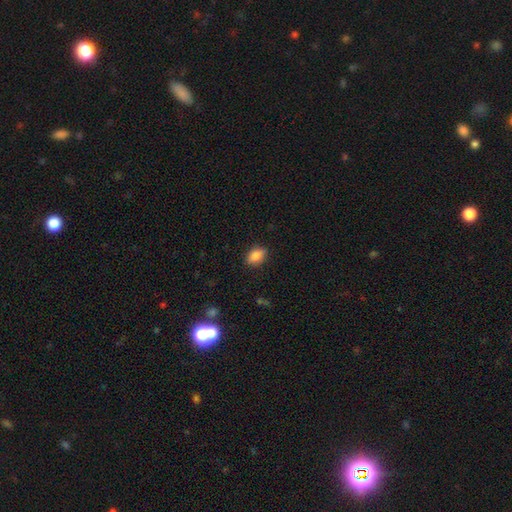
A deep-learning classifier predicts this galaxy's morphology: Smooth or featured? smooth (85%)
How rounded? in between (84%)
Merging? none (86%)